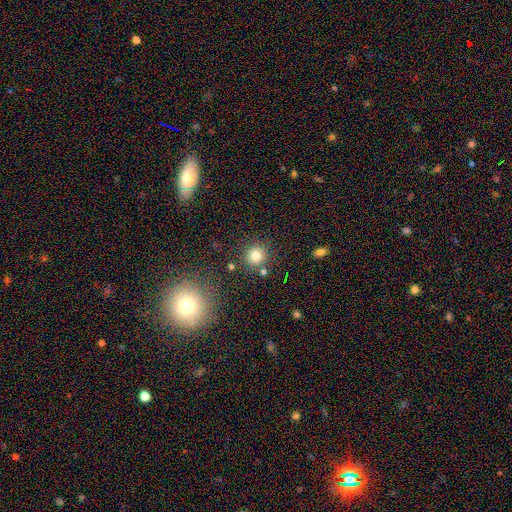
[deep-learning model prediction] Smooth or featured: smooth — 78% (star or artifact — 15%)
How rounded: round — 91% (in between — 8%)
Merging: none — 82% (minor disturbance — 8%)